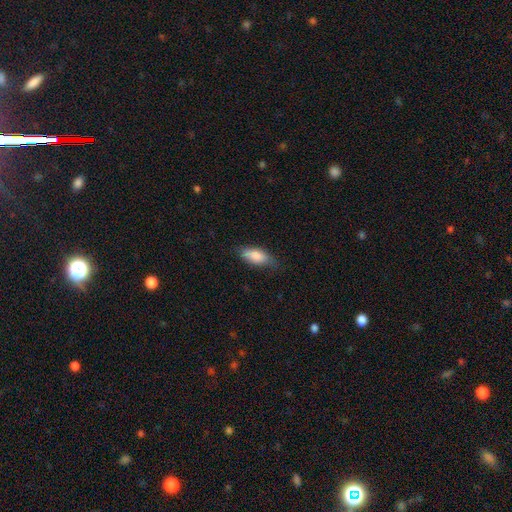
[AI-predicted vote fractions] This appears to be a smooth galaxy with no disk features (83%) that is in between round and cigar-shaped (84%). Merging: none (66%).